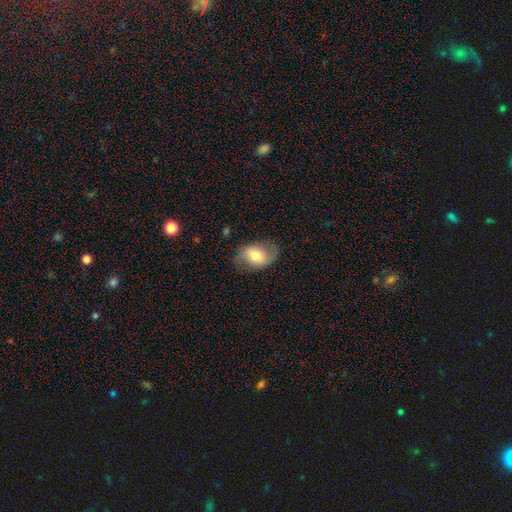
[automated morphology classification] A smooth galaxy with no disk features (53%) that is in between round and cigar-shaped (79%).

Vote fractions:
- Smooth or featured? smooth: 53% / featured or disk: 40% / star or artifact: 8%
- How rounded? in between: 79% / round: 20% / cigar-shaped: 1%
- Merging? none: 71% / minor disturbance: 20% / major disturbance: 8% / merger: 1%